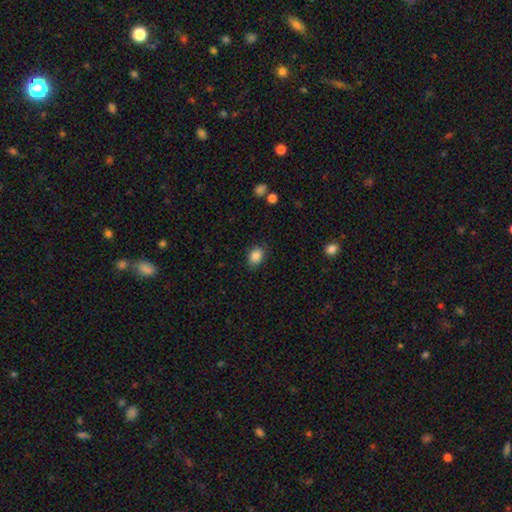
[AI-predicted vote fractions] smooth-or-featured: smooth: 87% | star or artifact: 9% | featured or disk: 4%
  how-rounded: in between: 67% | round: 32% | cigar-shaped: 1%
  merging: none: 83% | minor disturbance: 12% | major disturbance: 3% | merger: 1%